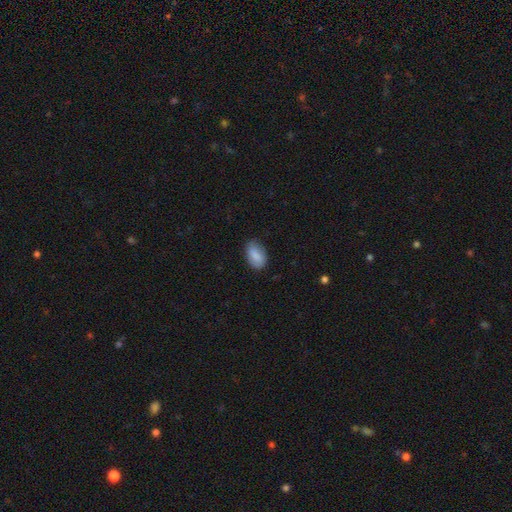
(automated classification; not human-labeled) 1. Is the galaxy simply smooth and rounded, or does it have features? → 85% smooth, 8% featured or disk, 7% star or artifact.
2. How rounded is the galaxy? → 92% in between, 5% round, 3% cigar-shaped.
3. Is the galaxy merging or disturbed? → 75% none, 20% minor disturbance, 4% major disturbance, 1% merger.